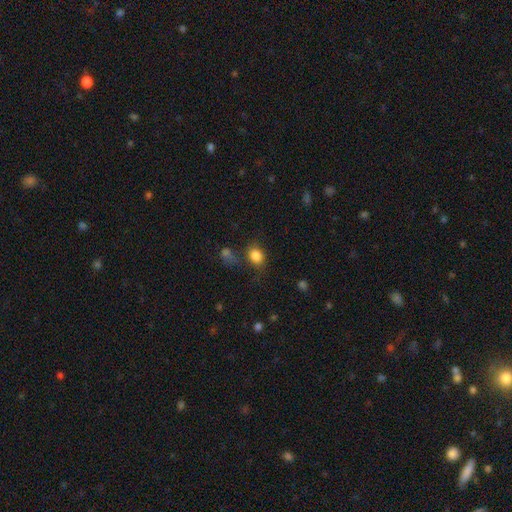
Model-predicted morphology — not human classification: Overall: smooth (83%). How rounded: round (51%; in between 48%). Merging: none (65%).